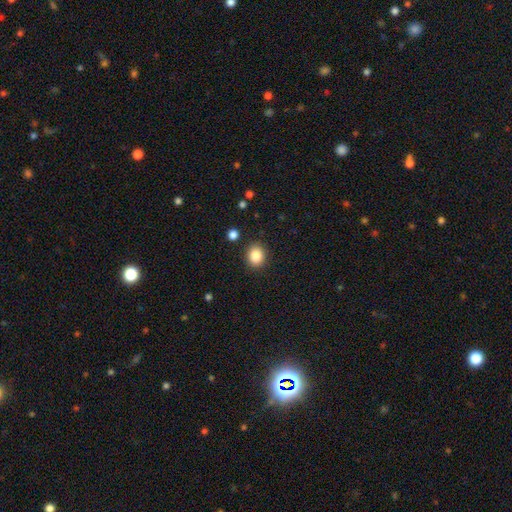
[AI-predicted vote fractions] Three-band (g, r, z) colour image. It shows a smooth galaxy with no disk features (86%) that is round (65%). Merging: none (88%).